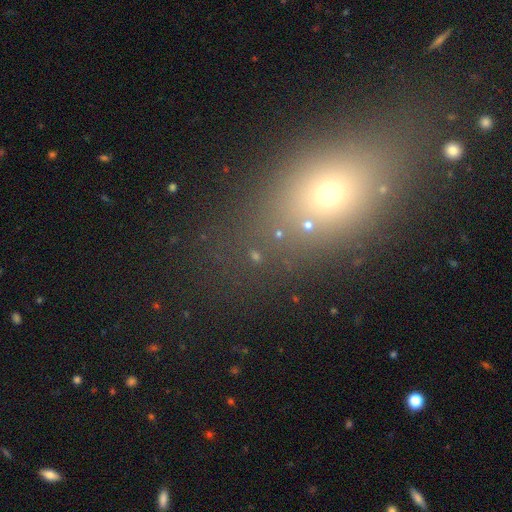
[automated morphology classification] The model was most divided on "smooth or featured": star or artifact: 45%, smooth: 42%, featured or disk: 13%.